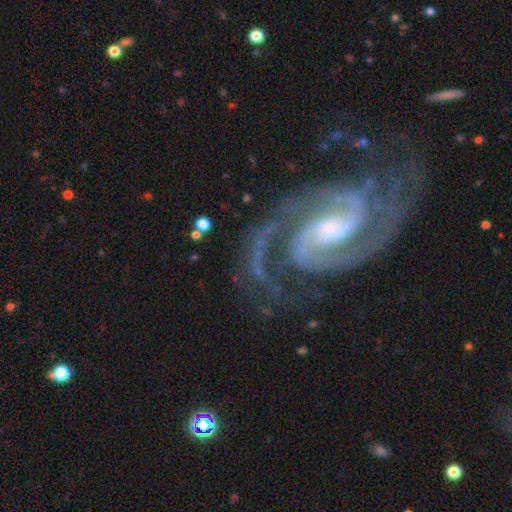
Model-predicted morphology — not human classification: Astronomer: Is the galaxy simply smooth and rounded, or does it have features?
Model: featured or disk — 93%.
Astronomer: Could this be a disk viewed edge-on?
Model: no — 98%.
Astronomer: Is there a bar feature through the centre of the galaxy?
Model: no — 43% (runner-up: weak, 38%).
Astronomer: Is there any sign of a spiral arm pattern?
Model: yes — 99%.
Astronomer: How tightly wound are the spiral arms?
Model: medium — 52% (runner-up: tight, 40%).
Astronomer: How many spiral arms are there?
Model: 2 — 77%.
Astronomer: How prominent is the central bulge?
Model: small — 62%.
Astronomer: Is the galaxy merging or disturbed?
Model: none — 70%.